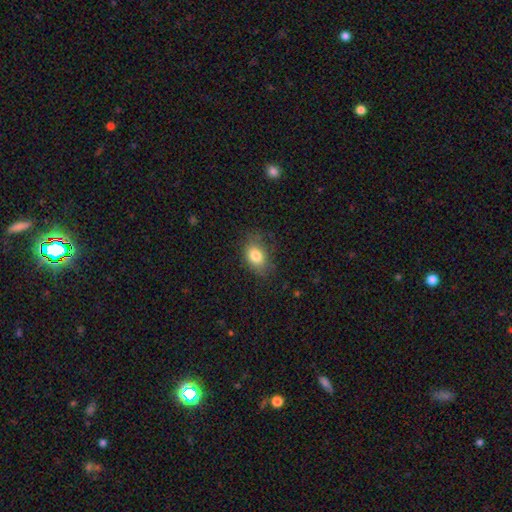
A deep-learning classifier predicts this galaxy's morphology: This appears to be a smooth galaxy with no disk features (81%) that is in between round and cigar-shaped (76%). Merging: none (74%).